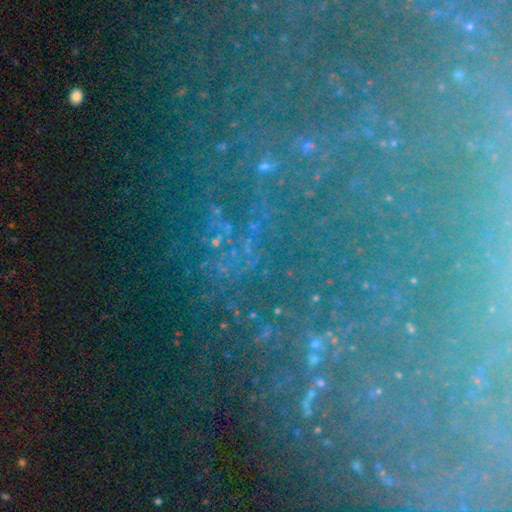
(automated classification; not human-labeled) The model was most divided on "smooth or featured": star or artifact: 75%, featured or disk: 13%, smooth: 11%.